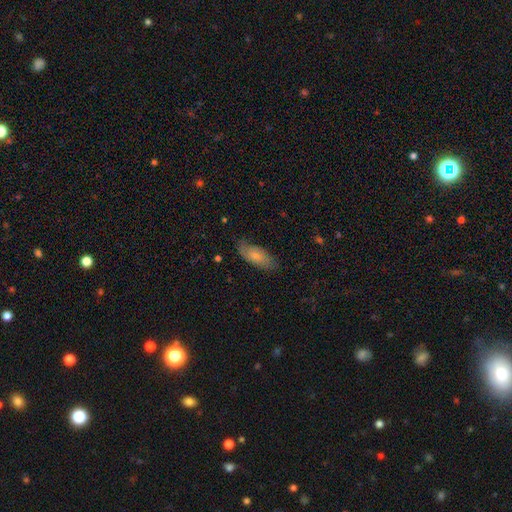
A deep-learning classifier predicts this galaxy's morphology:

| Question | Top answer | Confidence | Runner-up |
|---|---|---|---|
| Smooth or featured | smooth | 64% | featured or disk (29%) |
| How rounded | in between | 83% | cigar-shaped (15%) |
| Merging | none | 72% | minor disturbance (22%) |